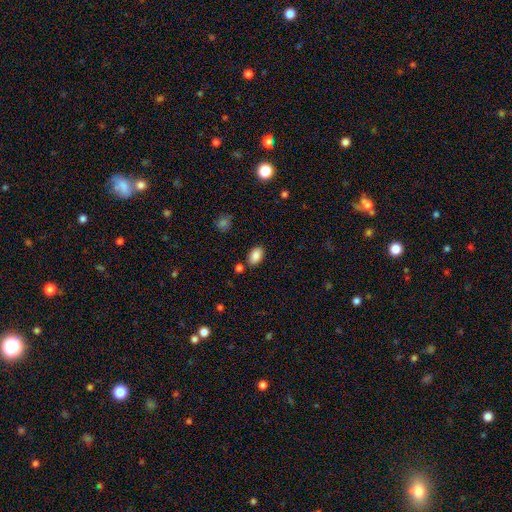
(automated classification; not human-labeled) Morphology: type=smooth (87%); roundness=in between (91%); merging=none (82%).